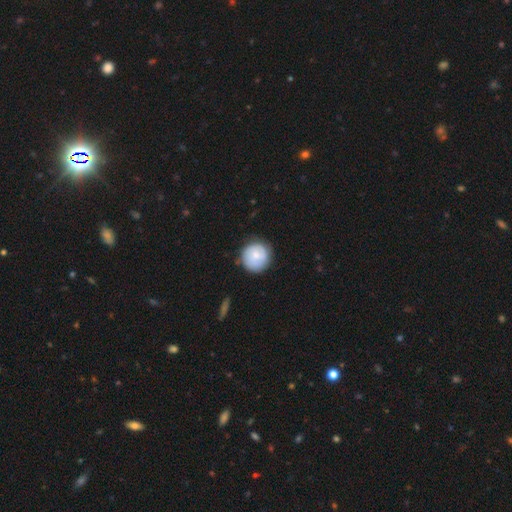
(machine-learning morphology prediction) smooth-or-featured: smooth: 68% | featured or disk: 26% | star or artifact: 6%
  how-rounded: round: 93% | in between: 6% | cigar-shaped: 1%
  merging: none: 80% | minor disturbance: 15% | major disturbance: 3% | merger: 2%